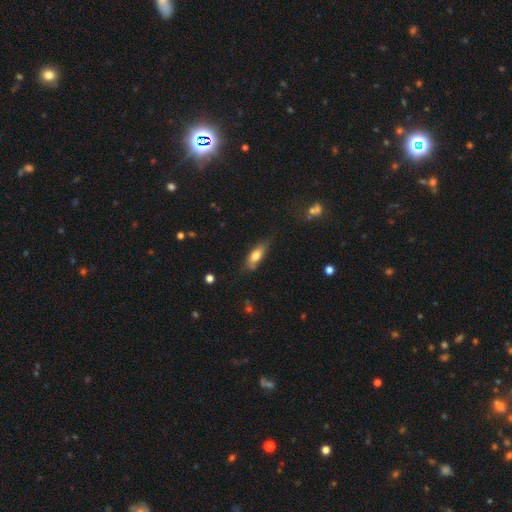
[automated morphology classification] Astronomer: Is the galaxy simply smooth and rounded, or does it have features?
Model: smooth — 68%.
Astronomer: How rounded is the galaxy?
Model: in between — 65%.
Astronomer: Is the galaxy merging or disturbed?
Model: none — 69%.